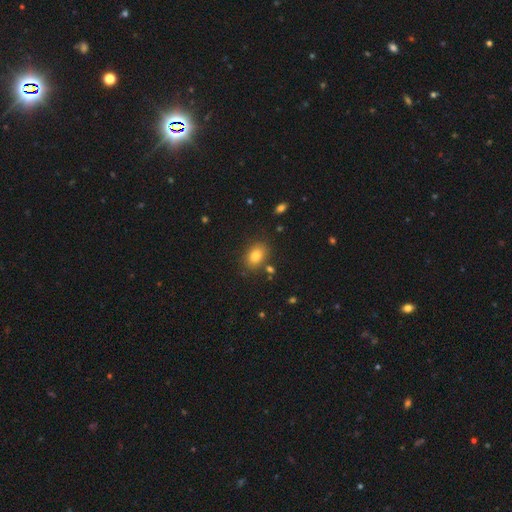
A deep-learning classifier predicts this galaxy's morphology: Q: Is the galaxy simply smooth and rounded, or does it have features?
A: smooth — 81%.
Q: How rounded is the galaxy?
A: in between — 74%.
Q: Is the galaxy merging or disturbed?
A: none — 82%.